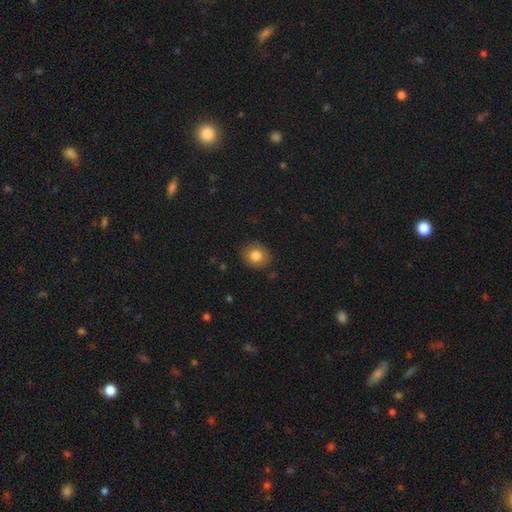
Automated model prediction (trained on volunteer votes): smooth_or_featured: smooth (p=0.82) [alt: star or artifact p=0.09]
how_rounded: round (p=0.75) [alt: in between p=0.24]
merging: none (p=0.88) [alt: minor disturbance p=0.09]